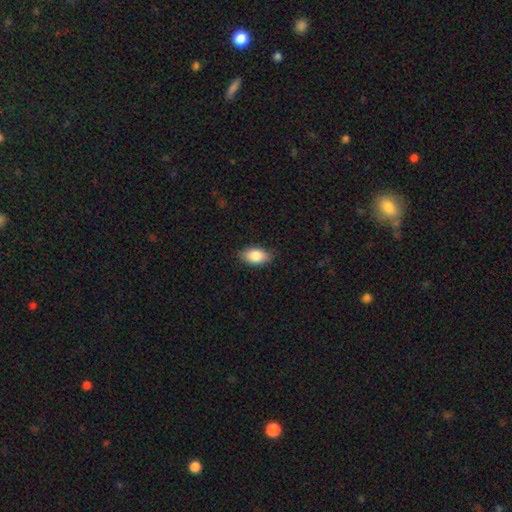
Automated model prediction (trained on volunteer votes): A smooth galaxy with no disk features (86%) that is in between round and cigar-shaped (91%). Merging: none (86%).